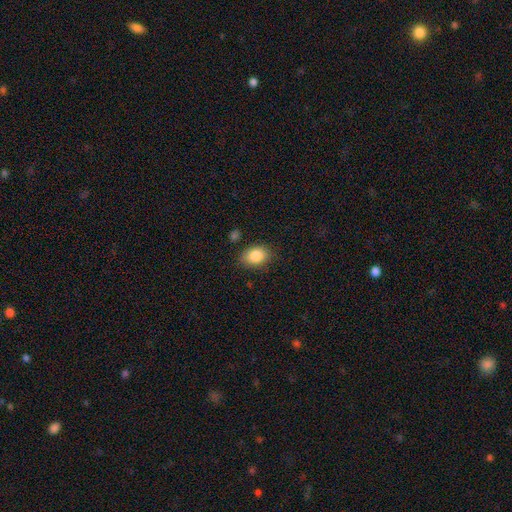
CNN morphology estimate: Smooth or featured?
  - smooth: 86% *
  - star or artifact: 8%
  - featured or disk: 6%
How rounded?
  - in between: 76% *
  - round: 23%
  - cigar-shaped: 1%
Merging?
  - none: 81% *
  - minor disturbance: 14%
  - major disturbance: 3%
  - merger: 2%